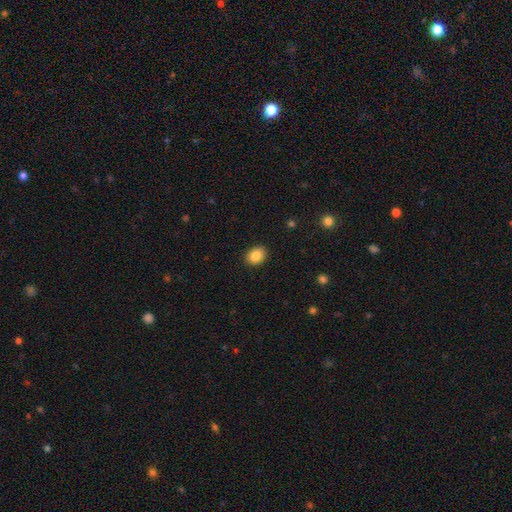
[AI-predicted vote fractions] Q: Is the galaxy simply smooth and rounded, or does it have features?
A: smooth — 86%.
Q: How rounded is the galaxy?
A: in between — 60%.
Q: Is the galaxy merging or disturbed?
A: none — 89%.